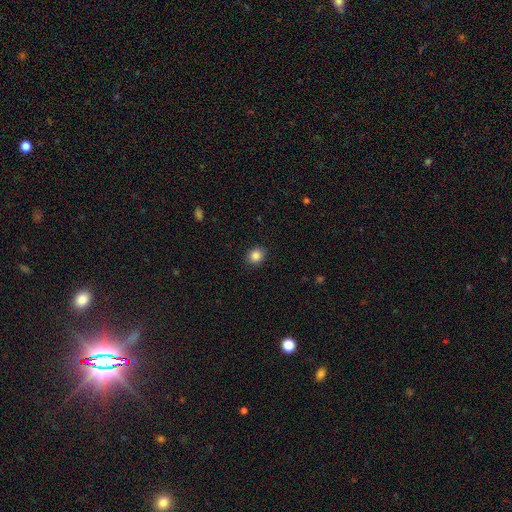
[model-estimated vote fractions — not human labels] Smooth or featured: smooth — 86% (star or artifact — 10%)
How rounded: round — 66% (in between — 33%)
Merging: none — 90% (minor disturbance — 7%)